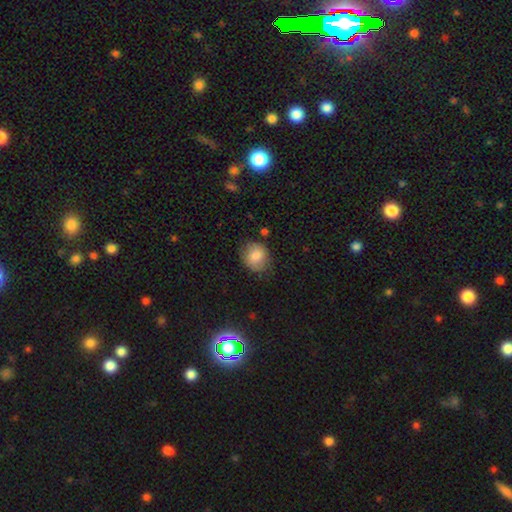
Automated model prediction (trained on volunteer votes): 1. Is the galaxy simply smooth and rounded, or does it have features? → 80% smooth, 13% featured or disk, 8% star or artifact.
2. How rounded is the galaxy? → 68% round, 31% in between, 1% cigar-shaped.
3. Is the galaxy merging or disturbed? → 70% none, 23% minor disturbance, 5% major disturbance, 2% merger.